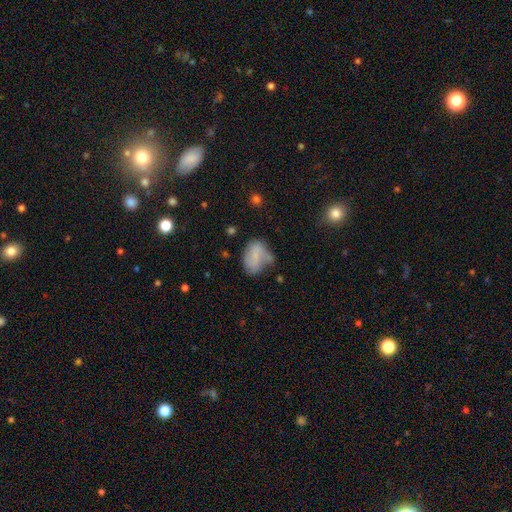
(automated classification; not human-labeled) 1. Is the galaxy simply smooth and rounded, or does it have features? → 60% smooth, 30% featured or disk, 10% star or artifact.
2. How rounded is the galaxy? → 78% in between, 20% round, 2% cigar-shaped.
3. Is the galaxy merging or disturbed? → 36% none, 32% minor disturbance, 21% major disturbance, 11% merger.